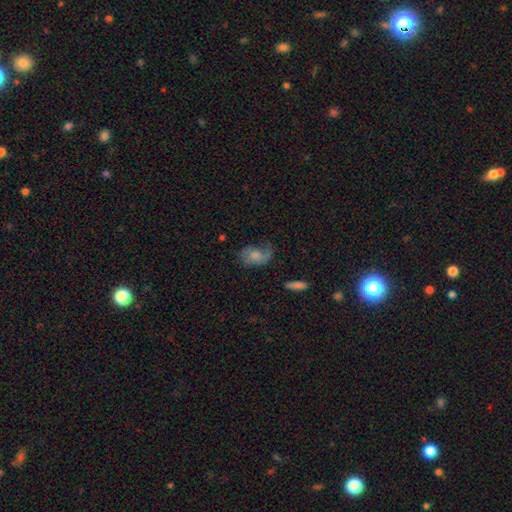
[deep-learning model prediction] Smooth or featured?
  - smooth: 50% *
  - featured or disk: 42%
  - star or artifact: 8%
Merging?
  - none: 42% *
  - major disturbance: 29%
  - minor disturbance: 27%
  - merger: 3%